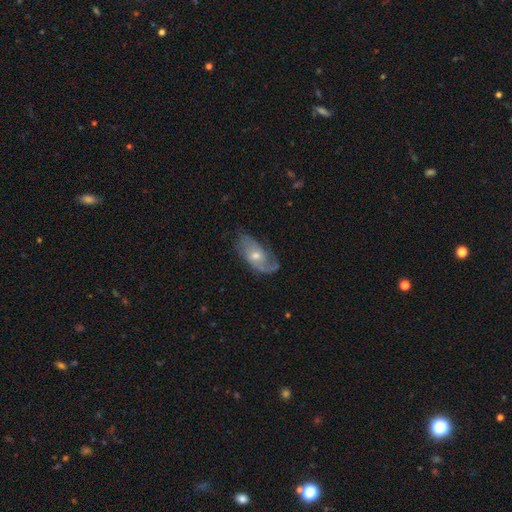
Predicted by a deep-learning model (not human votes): A featured or disk galaxy (71%) with no bar (70%), 2 (52%) medium (40%) spiral arms (86%) and a moderate central bulge (58%). Merging: none (61%).